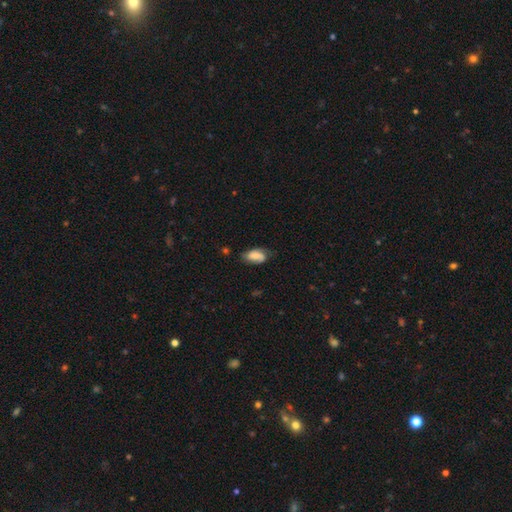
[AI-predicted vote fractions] Smooth or featured?
  - smooth: 69% *
  - featured or disk: 23%
  - star or artifact: 8%
How rounded?
  - in between: 92% *
  - round: 5%
  - cigar-shaped: 3%
Merging?
  - none: 54% *
  - minor disturbance: 33%
  - major disturbance: 10%
  - merger: 3%